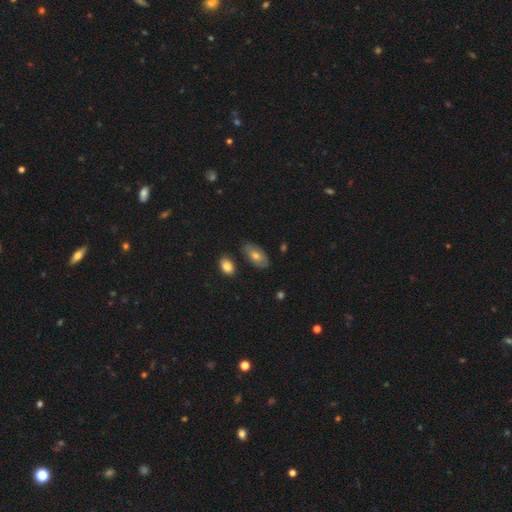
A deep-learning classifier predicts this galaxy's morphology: Q: Smooth or featured?
A: smooth (63%); runner-up: featured or disk (27%)
Q: How rounded?
A: in between (92%); runner-up: round (4%)
Q: Merging?
A: none (77%); runner-up: minor disturbance (16%)